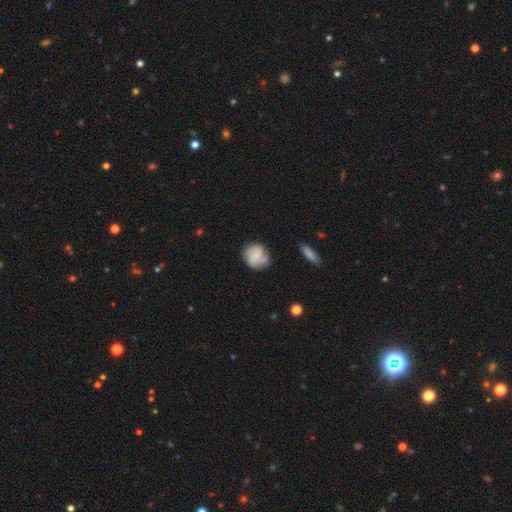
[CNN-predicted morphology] Smooth or featured? featured or disk (56%)
Edge-on disk? no (98%)
Bar? no (67%)
Spiral arms? yes (92%)
Spiral winding? tight (47%)
Spiral arm count? 3 (42%)
Bulge size? small (42%)
Merging? none (75%)